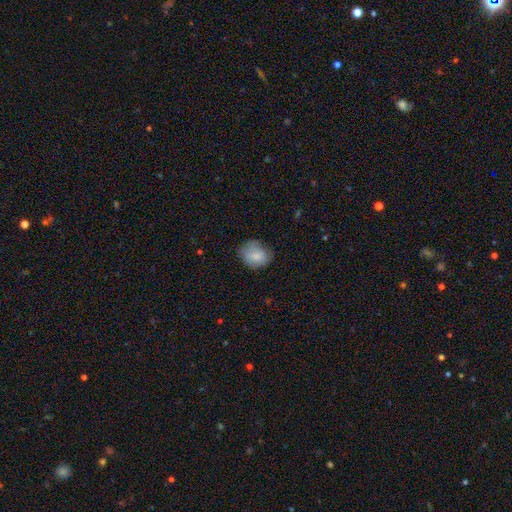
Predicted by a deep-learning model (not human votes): Q: Smooth or featured?
A: smooth (78%); runner-up: featured or disk (14%)
Q: How rounded?
A: round (54%); runner-up: in between (45%)
Q: Merging?
A: none (63%); runner-up: minor disturbance (28%)